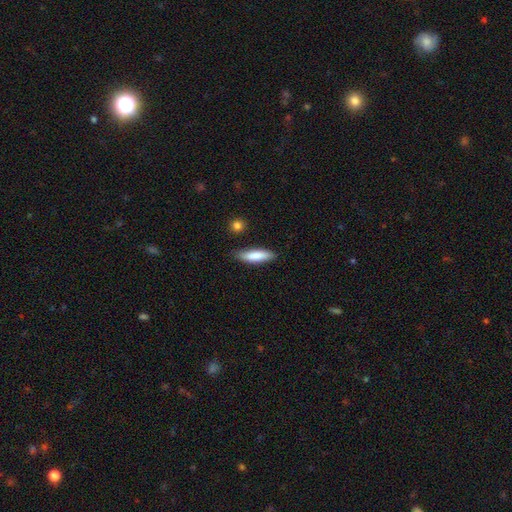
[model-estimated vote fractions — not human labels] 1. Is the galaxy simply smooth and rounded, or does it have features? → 81% smooth, 13% featured or disk, 6% star or artifact.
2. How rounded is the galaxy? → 67% cigar-shaped, 32% in between, 2% round.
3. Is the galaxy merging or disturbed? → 82% none, 13% minor disturbance, 2% major disturbance, 2% merger.